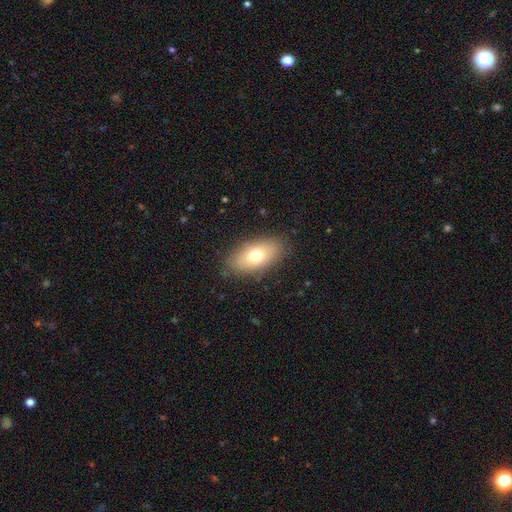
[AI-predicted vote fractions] Smooth or featured?
  - smooth: 71% *
  - featured or disk: 20%
  - star or artifact: 9%
How rounded?
  - in between: 89% *
  - round: 6%
  - cigar-shaped: 5%
Merging?
  - none: 84% *
  - minor disturbance: 12%
  - major disturbance: 3%
  - merger: 1%